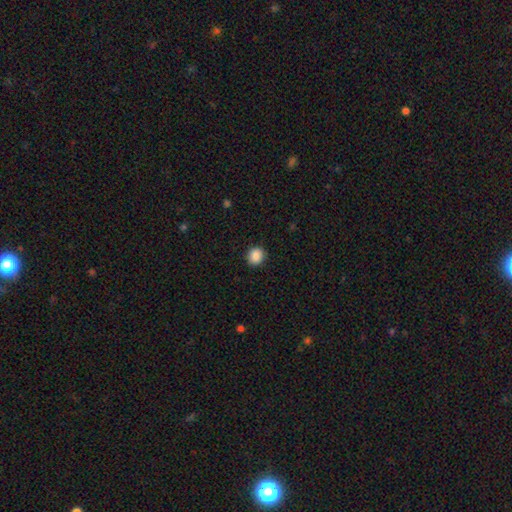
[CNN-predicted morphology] This is clearly a smooth galaxy (88%). How rounded: clearly round (86%). Merging: clearly none (89%).